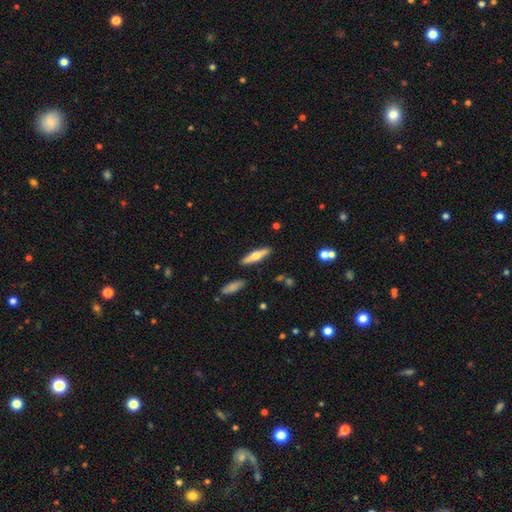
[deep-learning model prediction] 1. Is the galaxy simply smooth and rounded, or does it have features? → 47% smooth (tied), 47% featured or disk (tied), 6% star or artifact.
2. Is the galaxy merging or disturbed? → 86% none, 8% minor disturbance, 3% merger, 2% major disturbance.